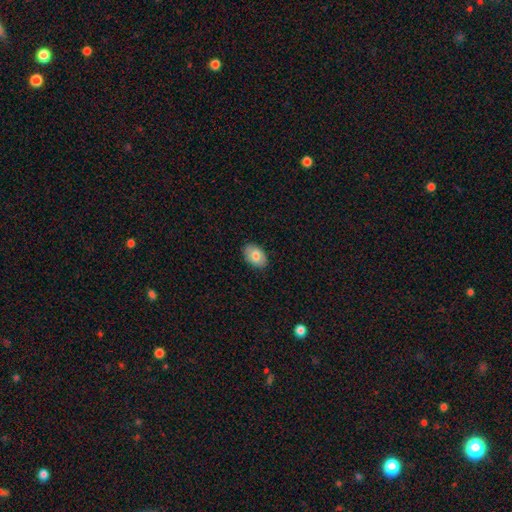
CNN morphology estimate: Overall: smooth (76%). How rounded: in between (87%). Merging: none (88%).